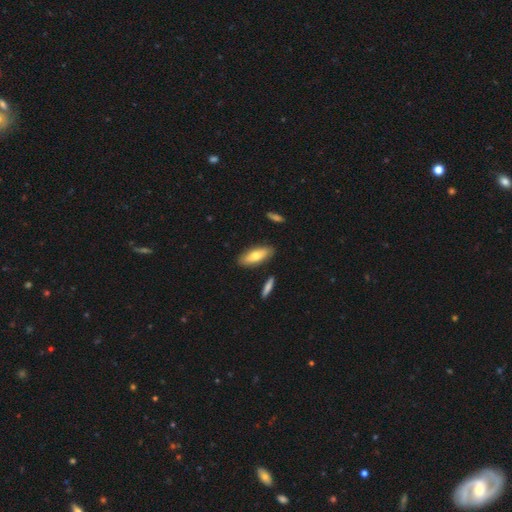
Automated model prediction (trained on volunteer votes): A smooth galaxy with no disk features (67%) that is in between round and cigar-shaped (68%).

Vote fractions:
- Smooth or featured? smooth: 67% / featured or disk: 27% / star or artifact: 6%
- How rounded? in between: 68% / cigar-shaped: 30% / round: 2%
- Merging? none: 85% / minor disturbance: 10% / merger: 3% / major disturbance: 2%